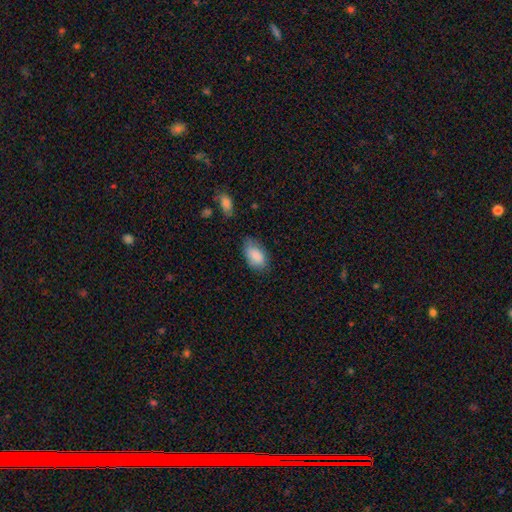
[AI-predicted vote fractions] Smooth or featured?
  - smooth: 86% *
  - featured or disk: 7%
  - star or artifact: 7%
How rounded?
  - in between: 93% *
  - round: 5%
  - cigar-shaped: 2%
Merging?
  - none: 66% *
  - minor disturbance: 26%
  - major disturbance: 6%
  - merger: 2%